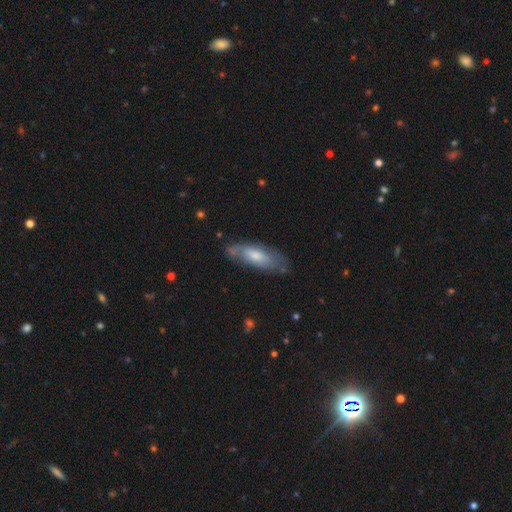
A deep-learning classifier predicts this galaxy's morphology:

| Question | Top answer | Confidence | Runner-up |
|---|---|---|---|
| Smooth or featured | smooth | 55% | featured or disk (39%) |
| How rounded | in between | 59% | cigar-shaped (39%) |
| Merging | none | 65% | minor disturbance (24%) |